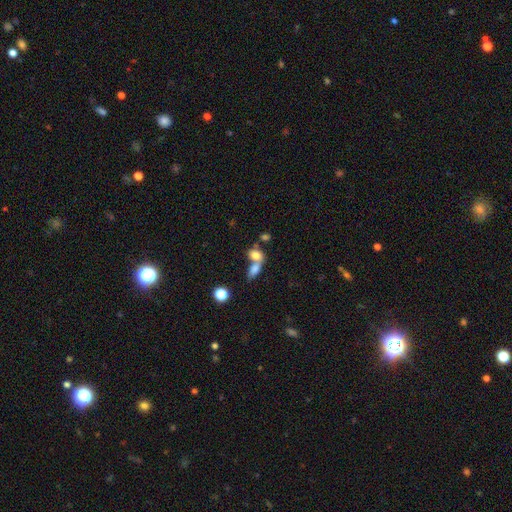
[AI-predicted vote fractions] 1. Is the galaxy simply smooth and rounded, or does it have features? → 77% smooth, 14% featured or disk, 10% star or artifact.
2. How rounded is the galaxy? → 76% in between, 21% round, 3% cigar-shaped.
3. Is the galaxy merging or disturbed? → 66% merger, 22% none, 7% minor disturbance, 5% major disturbance.